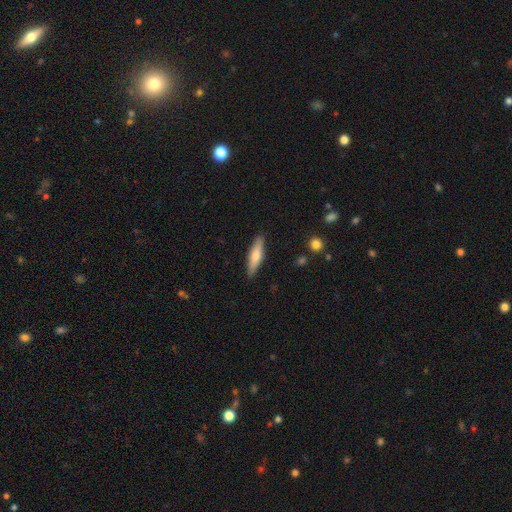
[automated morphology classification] Smooth or featured?
  - smooth: 67% *
  - featured or disk: 28%
  - star or artifact: 6%
How rounded?
  - cigar-shaped: 73% *
  - in between: 25%
  - round: 2%
Merging?
  - none: 88% *
  - minor disturbance: 9%
  - major disturbance: 2%
  - merger: 1%